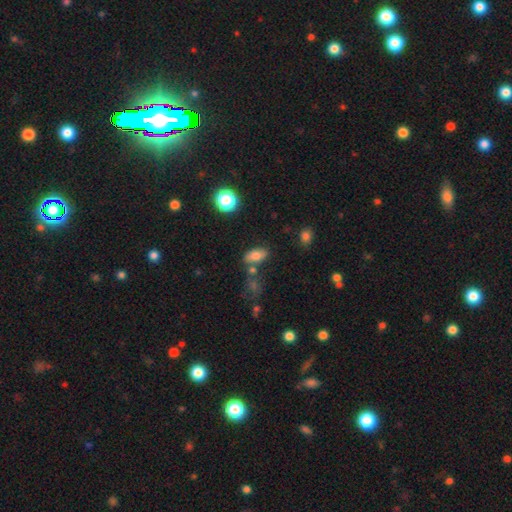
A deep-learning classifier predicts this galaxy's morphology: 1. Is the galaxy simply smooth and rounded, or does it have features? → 75% smooth, 15% featured or disk, 10% star or artifact.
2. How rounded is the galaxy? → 86% in between, 7% round, 6% cigar-shaped.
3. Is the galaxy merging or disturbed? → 70% none, 15% minor disturbance, 11% merger, 4% major disturbance.